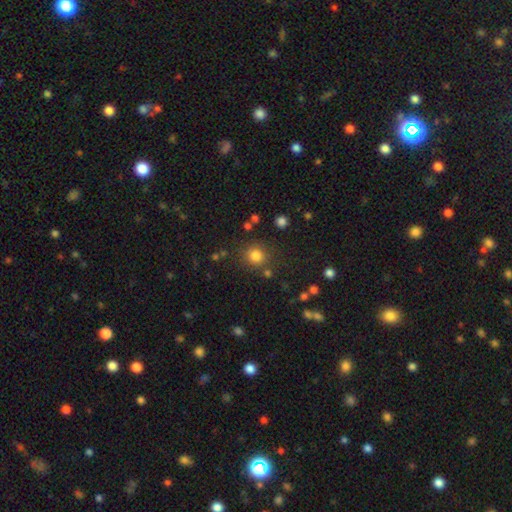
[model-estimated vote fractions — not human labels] Q: Smooth or featured?
A: smooth (81%); runner-up: star or artifact (13%)
Q: How rounded?
A: round (91%); runner-up: in between (8%)
Q: Merging?
A: none (82%); runner-up: minor disturbance (9%)